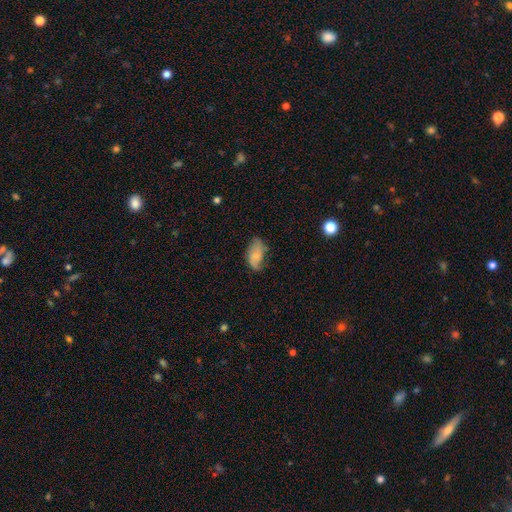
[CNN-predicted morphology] Overall: smooth (57%; featured or disk 35%). How rounded: in between (92%). Merging: none (51%; minor disturbance 33%).